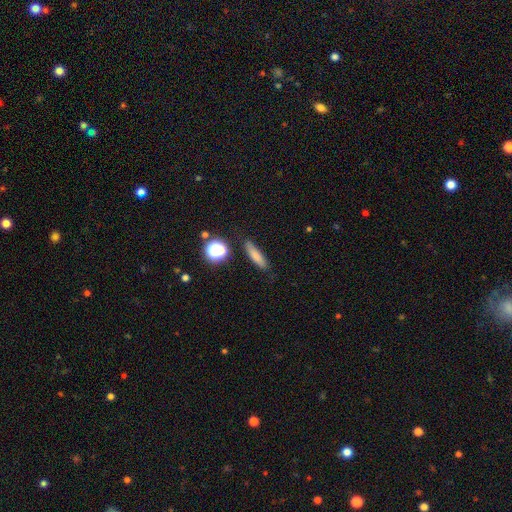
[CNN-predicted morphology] A smooth galaxy with no disk features (76%) that is cigar-shaped (71%).

Vote fractions:
- Smooth or featured? smooth: 76% / featured or disk: 13% / star or artifact: 12%
- How rounded? cigar-shaped: 71% / in between: 23% / round: 6%
- Merging? none: 80% / minor disturbance: 14% / major disturbance: 4% / merger: 3%